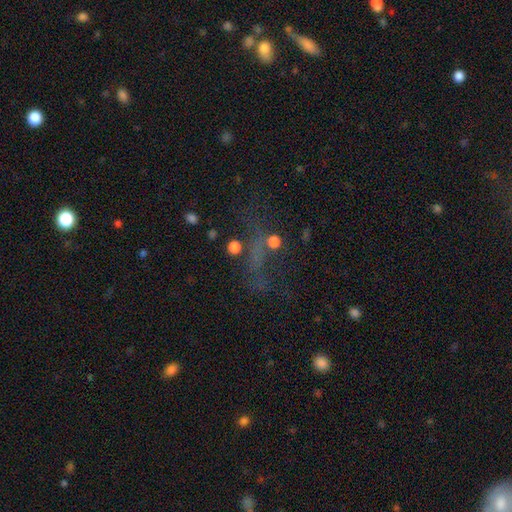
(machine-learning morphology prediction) A star or artifact, not a galaxy (50%).